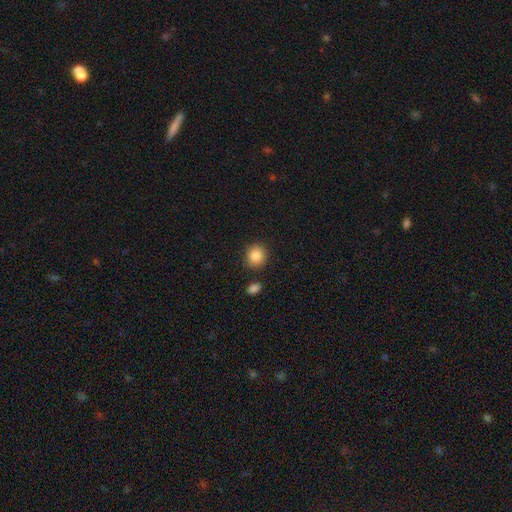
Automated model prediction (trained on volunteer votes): A smooth galaxy with no disk features (86%) that is round (85%).

Vote fractions:
- Smooth or featured? smooth: 86% / star or artifact: 9% / featured or disk: 5%
- How rounded? round: 85% / in between: 14% / cigar-shaped: 1%
- Merging? none: 86% / minor disturbance: 8% / merger: 4% / major disturbance: 2%